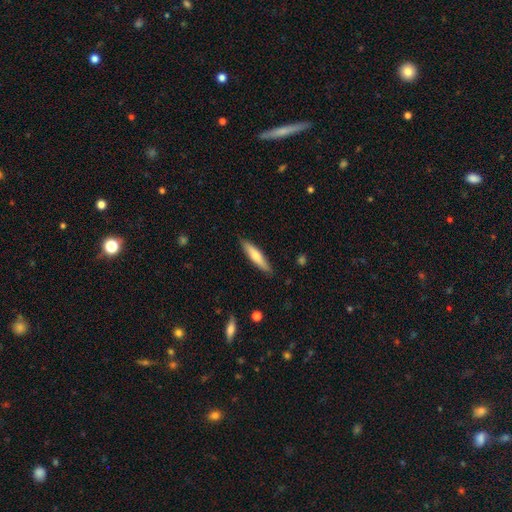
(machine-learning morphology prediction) A smooth galaxy with no disk features (62%) that is cigar-shaped (83%).

Vote fractions:
- Smooth or featured? smooth: 62% / featured or disk: 32% / star or artifact: 5%
- How rounded? cigar-shaped: 83% / in between: 16% / round: 1%
- Merging? none: 88% / minor disturbance: 9% / major disturbance: 2% / merger: 1%